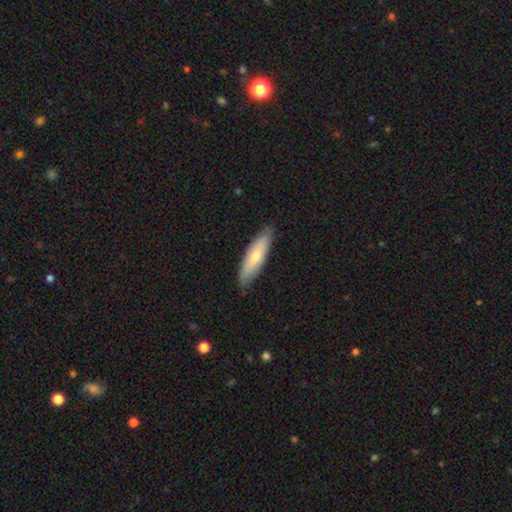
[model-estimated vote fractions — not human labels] Morphology: type=smooth (66%); roundness=cigar-shaped (61%); merging=none (84%).